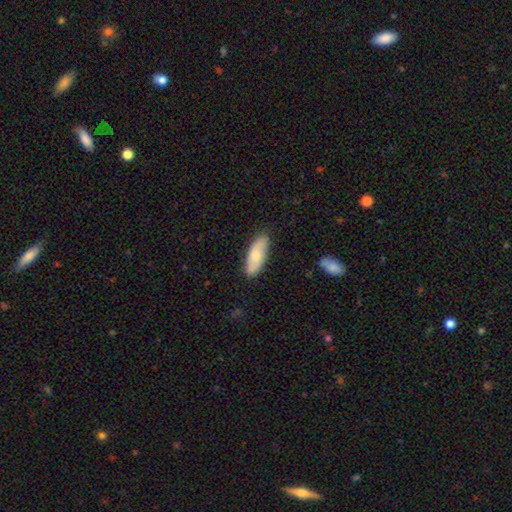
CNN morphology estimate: This is likely a smooth galaxy (72%). How rounded: likely in between (71%). Merging: clearly none (85%).